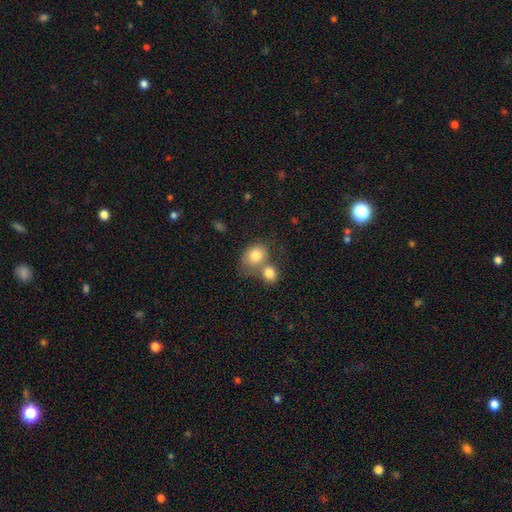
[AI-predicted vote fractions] smooth_or_featured: smooth (p=0.80) [alt: featured or disk p=0.12]
how_rounded: in between (p=0.52) [alt: round p=0.47]
merging: merger (p=0.51) [alt: none p=0.34]